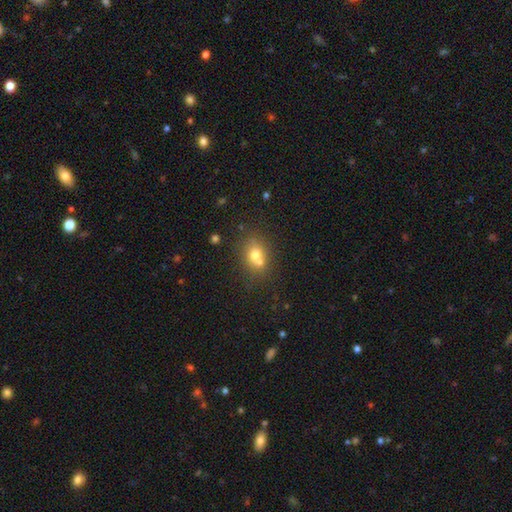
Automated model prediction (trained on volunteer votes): Smooth or featured?
  - smooth: 68% *
  - featured or disk: 18%
  - star or artifact: 14%
How rounded?
  - round: 53% *
  - in between: 46%
  - cigar-shaped: 1%
Merging?
  - none: 46% *
  - merger: 38%
  - minor disturbance: 11%
  - major disturbance: 4%